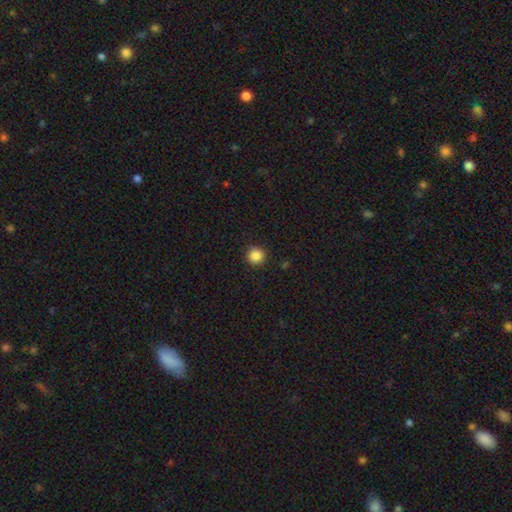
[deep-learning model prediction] This is clearly a smooth galaxy (86%). How rounded: clearly round (94%). Merging: clearly none (91%).